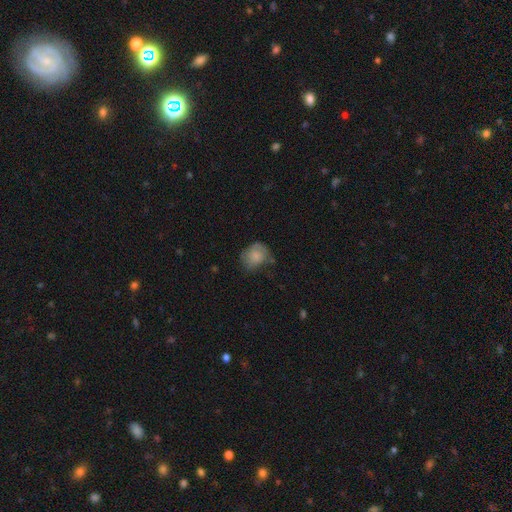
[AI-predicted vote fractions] Q: Smooth or featured?
A: smooth (73%); runner-up: featured or disk (18%)
Q: How rounded?
A: round (59%); runner-up: in between (40%)
Q: Merging?
A: none (48%); runner-up: minor disturbance (34%)